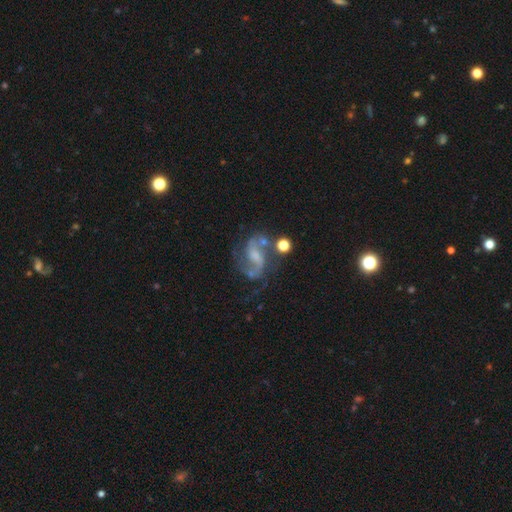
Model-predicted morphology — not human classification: This appears to be a featured or disk galaxy (83%) with a weak bar (48%), 2 (90%) medium (47%) spiral arms (95%) and a small central bulge (44%). Merging: none (57%).